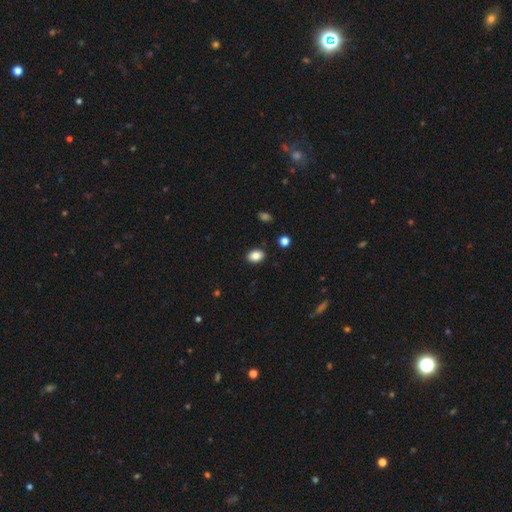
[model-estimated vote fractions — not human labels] A smooth galaxy with no disk features (85%) that is in between round and cigar-shaped (77%). Merging: none (88%).